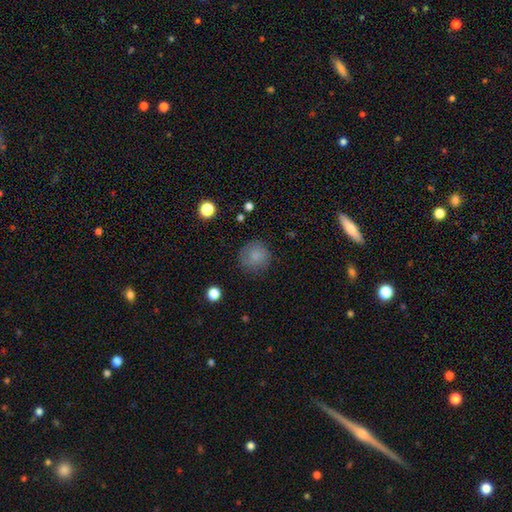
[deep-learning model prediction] A smooth galaxy with no disk features (83%) that is round (91%).

Vote fractions:
- Smooth or featured? smooth: 83% / star or artifact: 10% / featured or disk: 7%
- How rounded? round: 91% / in between: 8% / cigar-shaped: 1%
- Merging? none: 81% / minor disturbance: 13% / major disturbance: 4% / merger: 1%